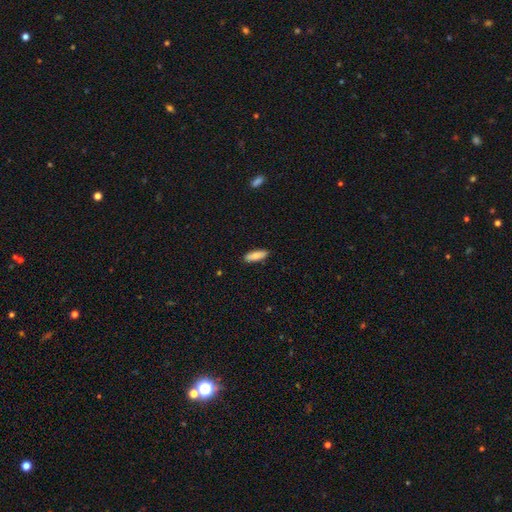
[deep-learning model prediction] Smooth or featured?
  - smooth: 84% *
  - featured or disk: 10%
  - star or artifact: 6%
How rounded?
  - in between: 54% *
  - cigar-shaped: 44%
  - round: 2%
Merging?
  - none: 88% *
  - minor disturbance: 9%
  - major disturbance: 2%
  - merger: 1%